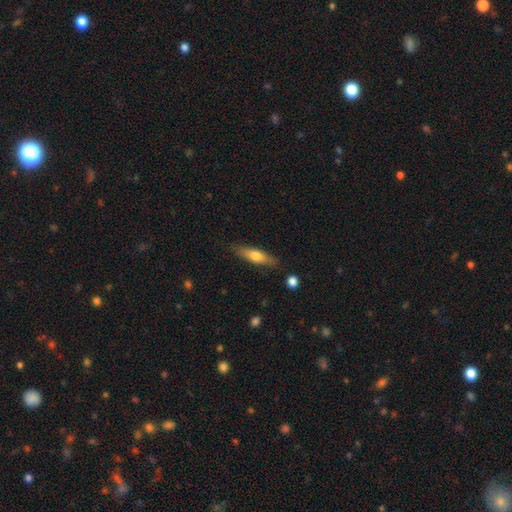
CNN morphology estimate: The model was most divided on "smooth or featured": smooth: 58%, featured or disk: 36%, star or artifact: 6%. More confident: merging — none (83%); how rounded — cigar-shaped (67%).